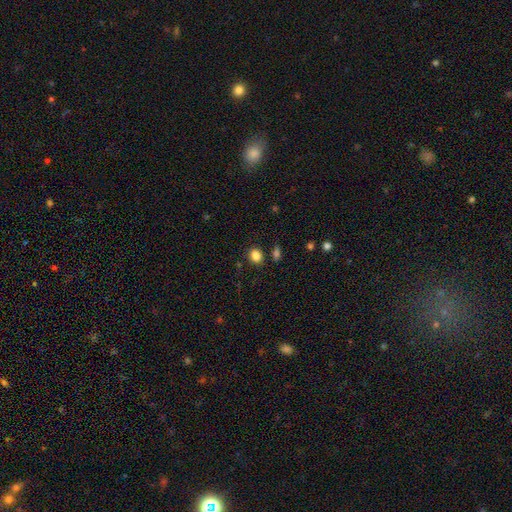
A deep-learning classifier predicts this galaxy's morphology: Smooth or featured: smooth — 85% (star or artifact — 11%)
How rounded: round — 49% (tied with in between — 49%)
Merging: none — 83% (minor disturbance — 9%)